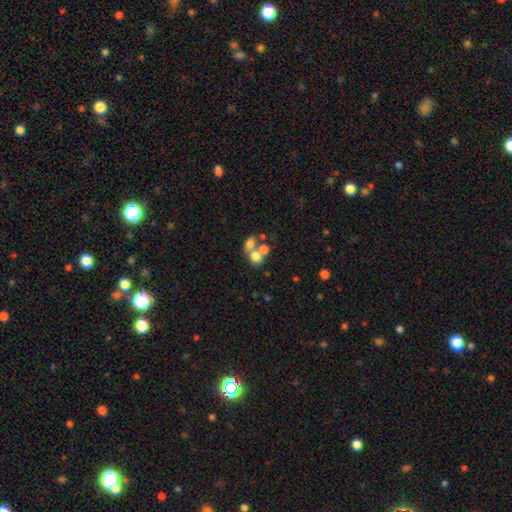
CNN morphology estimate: Smooth or featured: smooth — 68% (featured or disk — 19%)
How rounded: round — 53% (in between — 46%)
Merging: merger — 59% (none — 28%)